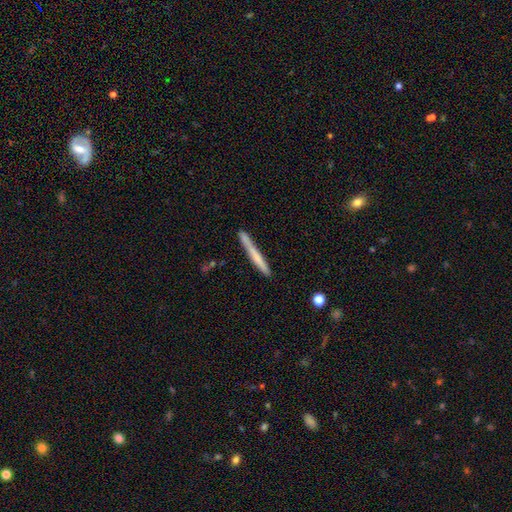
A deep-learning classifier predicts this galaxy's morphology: Smooth or featured? Predicted: smooth (p=0.58). How rounded? Predicted: cigar-shaped (p=0.97). Merging? Predicted: none (p=0.85).